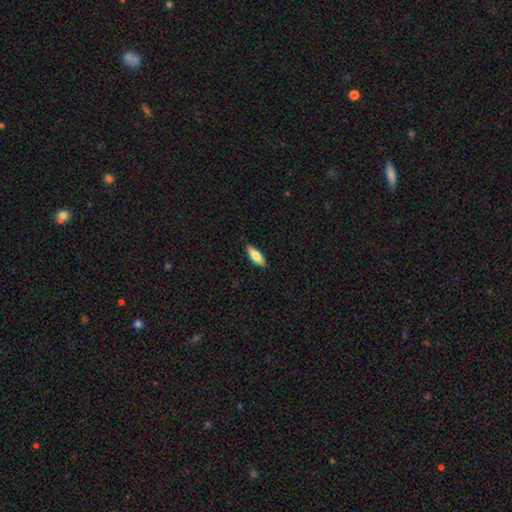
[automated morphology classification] Smooth or featured? Predicted: smooth (p=0.67). How rounded? Predicted: in between (p=0.60). Merging? Predicted: none (p=0.88).